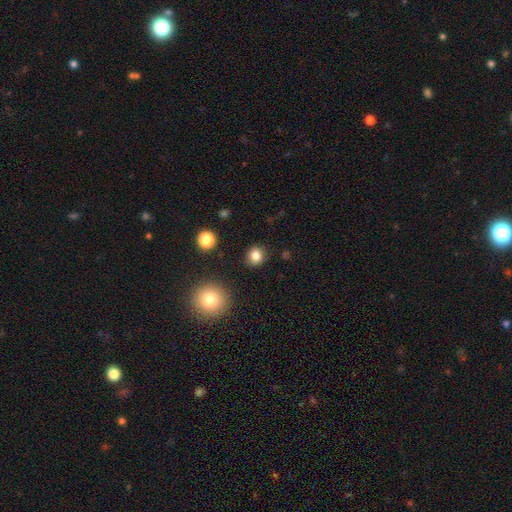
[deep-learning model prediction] smooth_or_featured: smooth (p=0.83) [alt: star or artifact p=0.12]
how_rounded: round (p=0.80) [alt: in between p=0.19]
merging: none (p=0.88) [alt: minor disturbance p=0.08]